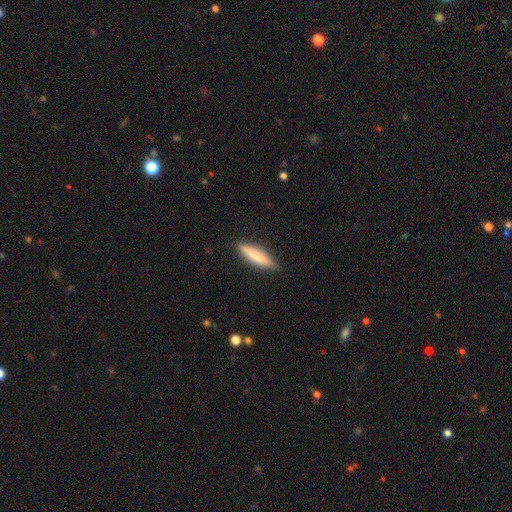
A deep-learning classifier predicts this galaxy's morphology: smooth-or-featured: smooth: 69% | featured or disk: 25% | star or artifact: 6%
  how-rounded: cigar-shaped: 82% | in between: 16% | round: 1%
  merging: none: 88% | minor disturbance: 9% | major disturbance: 2% | merger: 1%